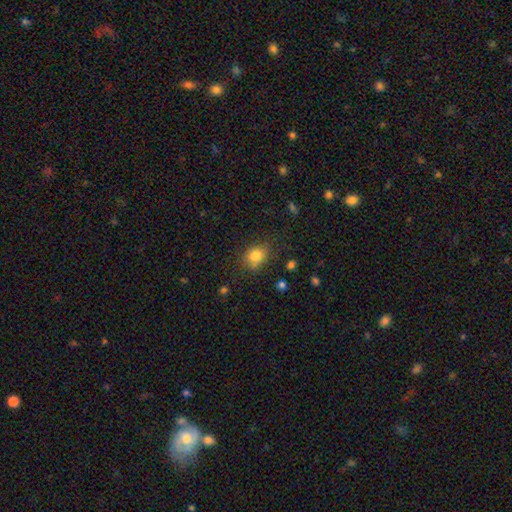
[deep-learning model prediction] smooth 81%, star or artifact 11%, featured or disk 8%. Down the decision tree: how rounded — round (55%); merging — none (71%).